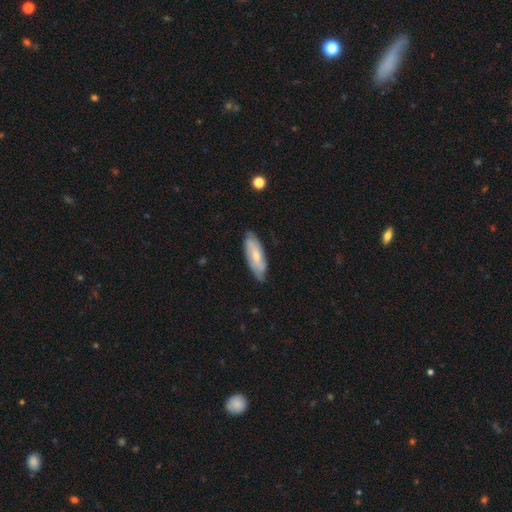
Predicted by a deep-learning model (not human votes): The model was most divided on "smooth or featured": featured or disk: 48%, smooth: 46%, star or artifact: 6%. More confident: merging — none (77%).